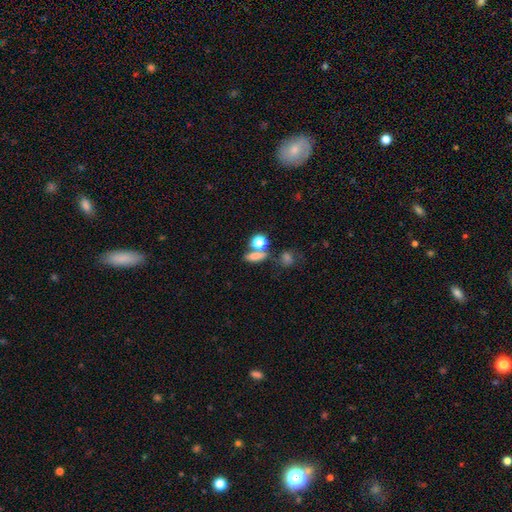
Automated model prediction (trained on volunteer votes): Smooth or featured: smooth — 73% (star or artifact — 15%)
How rounded: in between — 51% (round — 32%)
Merging: none — 52% (merger — 30%)